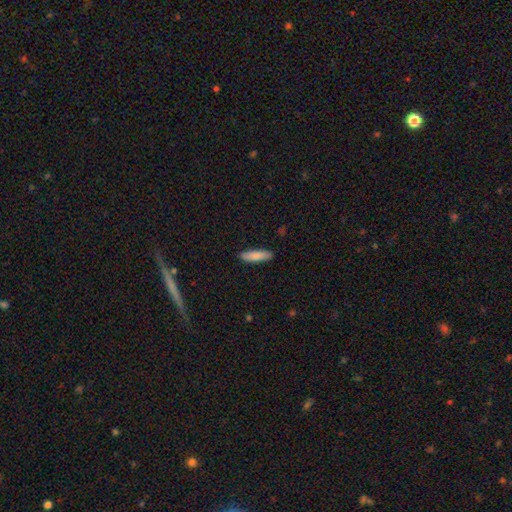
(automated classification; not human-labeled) The model was most divided on "how rounded": cigar-shaped: 67%, in between: 31%, round: 1%. More confident: merging — none (89%); smooth or featured — smooth (86%).